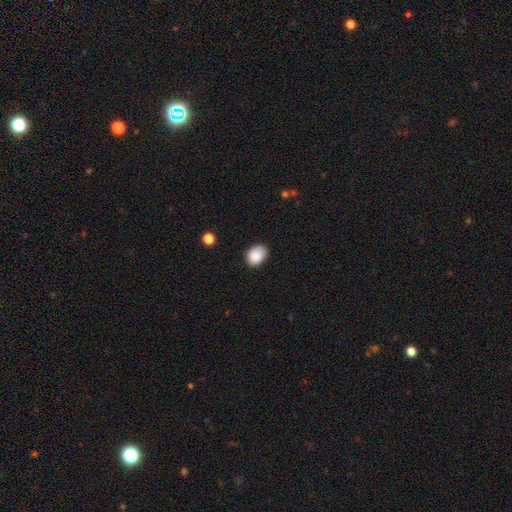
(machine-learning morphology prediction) Smooth or featured?
  - smooth: 88% *
  - star or artifact: 8%
  - featured or disk: 4%
How rounded?
  - in between: 68% *
  - round: 31%
  - cigar-shaped: 1%
Merging?
  - none: 77% *
  - minor disturbance: 19%
  - major disturbance: 3%
  - merger: 1%